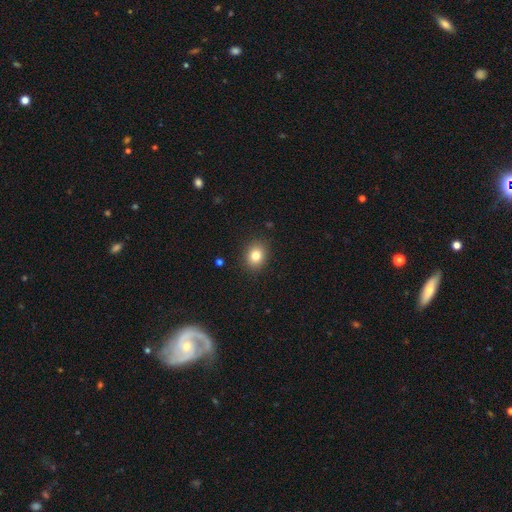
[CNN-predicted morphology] Smooth or featured? Predicted: smooth (p=0.82). How rounded? Predicted: round (p=0.59). Merging? Predicted: none (p=0.89).